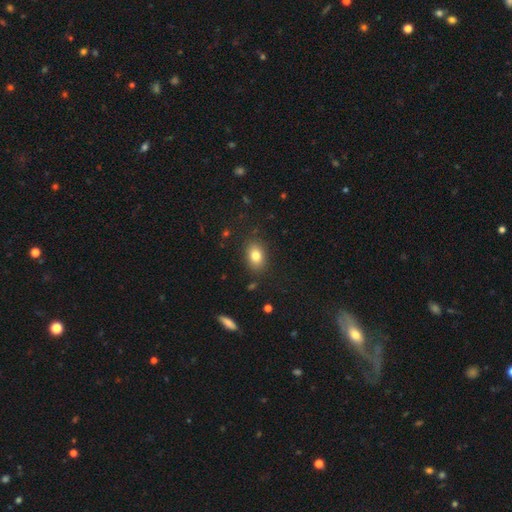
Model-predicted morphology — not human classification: smooth-or-featured: smooth: 81% | featured or disk: 10% | star or artifact: 10%
  how-rounded: in between: 76% | round: 23% | cigar-shaped: 1%
  merging: none: 86% | minor disturbance: 10% | major disturbance: 3% | merger: 2%